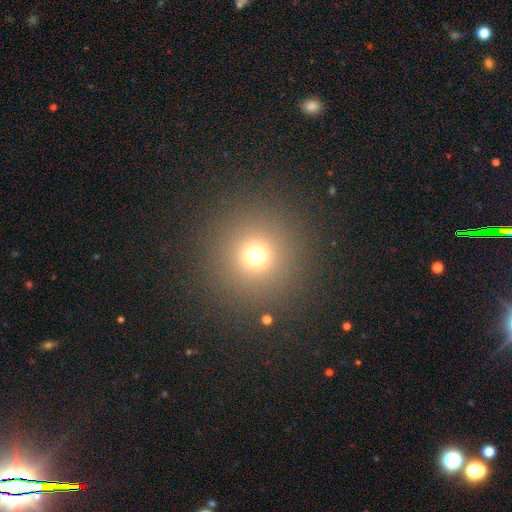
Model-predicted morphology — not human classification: type=smooth (68%); roundness=round (95%); merging=none (88%).